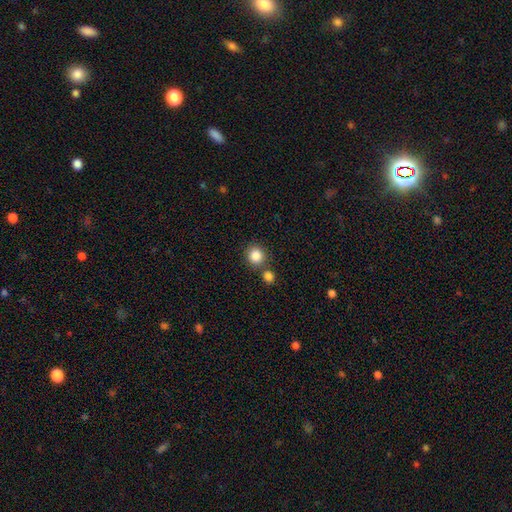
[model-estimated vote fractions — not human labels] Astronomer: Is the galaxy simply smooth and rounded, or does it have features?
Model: smooth — 85%.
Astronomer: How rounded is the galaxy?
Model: round — 89%.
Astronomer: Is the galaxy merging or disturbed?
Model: none — 72%.